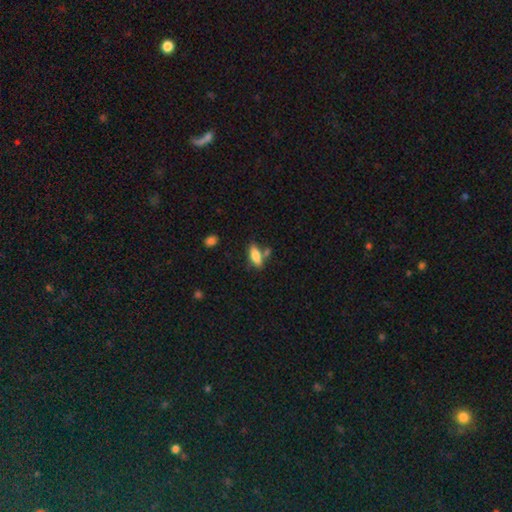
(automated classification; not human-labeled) This is likely a smooth galaxy (79%). How rounded: likely in between (75%). Merging: likely none (63%).